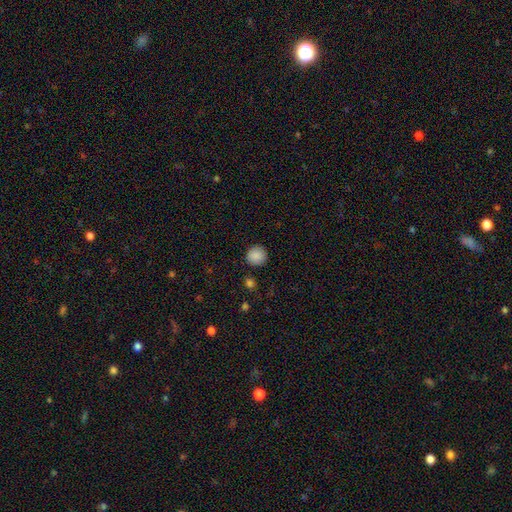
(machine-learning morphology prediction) Smooth or featured: smooth — 88% (star or artifact — 8%)
How rounded: round — 93% (in between — 6%)
Merging: none — 89% (minor disturbance — 7%)